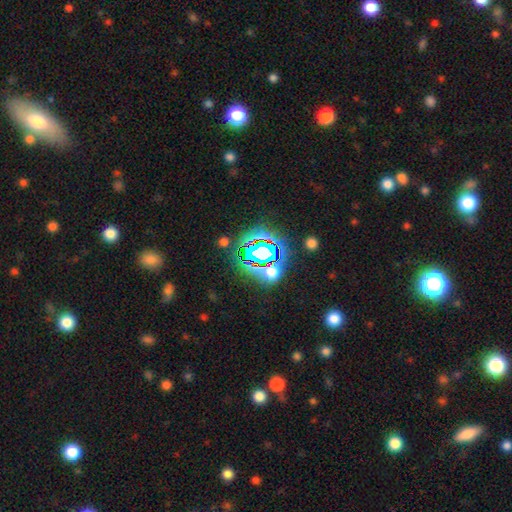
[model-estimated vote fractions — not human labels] Smooth or featured? star or artifact (79%)